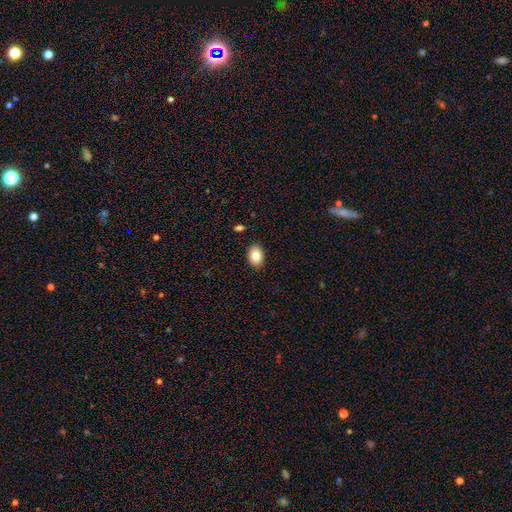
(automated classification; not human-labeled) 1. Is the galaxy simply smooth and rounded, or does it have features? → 84% smooth, 9% featured or disk, 8% star or artifact.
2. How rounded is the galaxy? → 81% in between, 18% round, 1% cigar-shaped.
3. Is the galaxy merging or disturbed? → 89% none, 8% minor disturbance, 2% major disturbance, 1% merger.